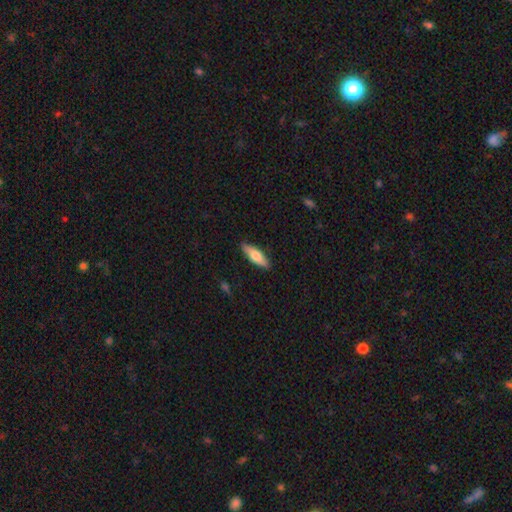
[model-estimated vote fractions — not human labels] Smooth or featured? Predicted: smooth (p=0.68). How rounded? Predicted: cigar-shaped (p=0.50). Merging? Predicted: none (p=0.89).